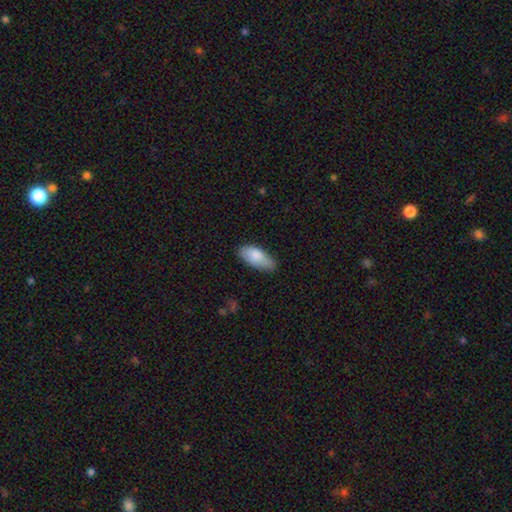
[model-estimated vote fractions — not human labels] smooth-or-featured: smooth: 83% | featured or disk: 11% | star or artifact: 6%
  how-rounded: in between: 89% | cigar-shaped: 9% | round: 2%
  merging: none: 66% | minor disturbance: 28% | major disturbance: 5% | merger: 1%